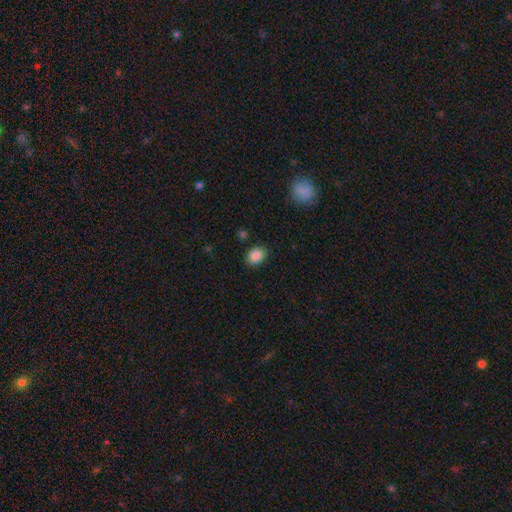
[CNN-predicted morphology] Smooth or featured? smooth (87%)
How rounded? in between (66%)
Merging? none (85%)